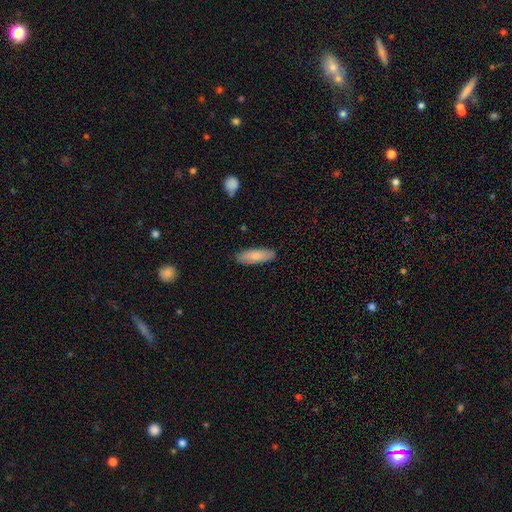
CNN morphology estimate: This appears to be a smooth galaxy with no disk features (79%) that is in between round and cigar-shaped (56%). Merging: none (87%).